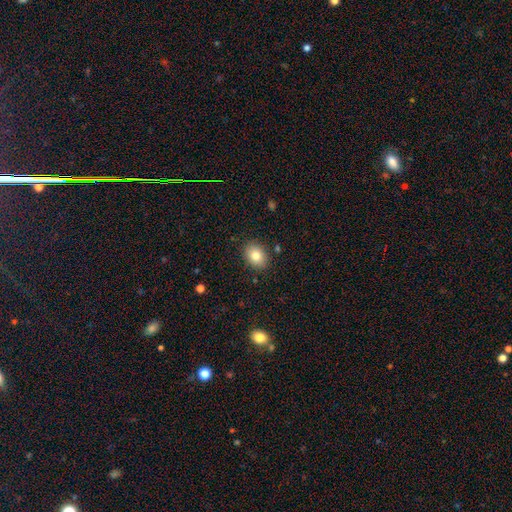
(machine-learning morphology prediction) A smooth galaxy with no disk features (82%) that is in between round and cigar-shaped (63%). Merging: none (87%).